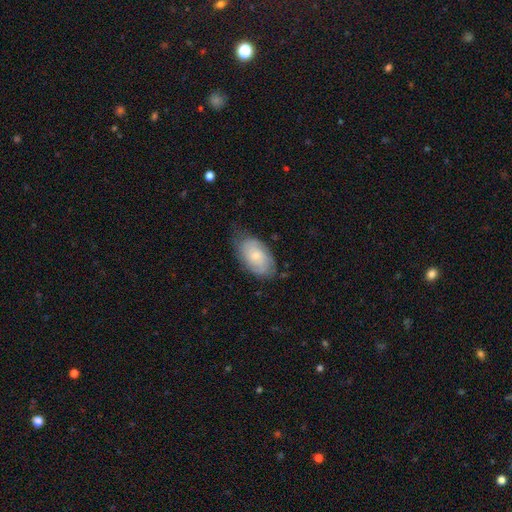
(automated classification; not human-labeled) Smooth or featured?
  - featured or disk: 51% *
  - smooth: 43%
  - star or artifact: 6%
Edge-on disk?
  - no: 95% *
  - yes: 5%
Merging?
  - none: 62% *
  - minor disturbance: 29%
  - major disturbance: 8%
  - merger: 1%